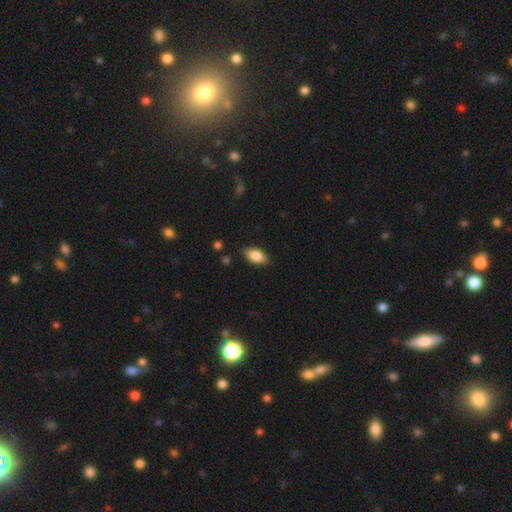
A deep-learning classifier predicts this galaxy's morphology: Smooth or featured: smooth — 81% (featured or disk — 12%)
How rounded: in between — 91% (cigar-shaped — 5%)
Merging: none — 85% (minor disturbance — 12%)